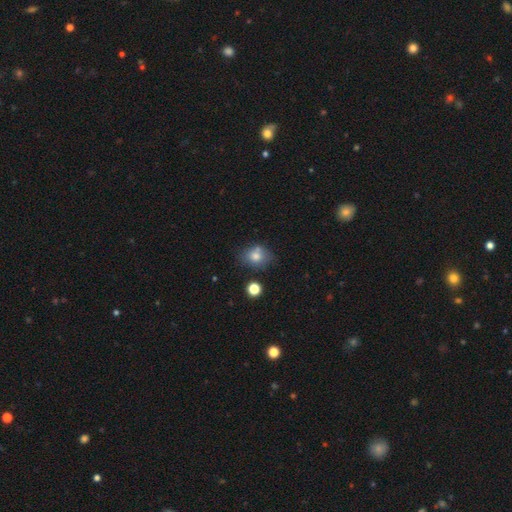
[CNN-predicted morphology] smooth_or_featured: smooth (p=0.75) [alt: featured or disk p=0.13]
how_rounded: in between (p=0.50) [alt: round p=0.49]
merging: none (p=0.57) [alt: minor disturbance p=0.22]